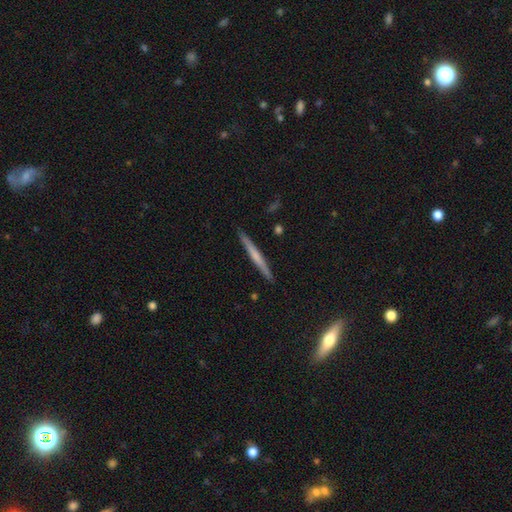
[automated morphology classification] The model was most divided on "smooth or featured" (2-way tie): smooth: 47%, featured or disk: 47%, star or artifact: 6%. More confident: merging — none (91%).